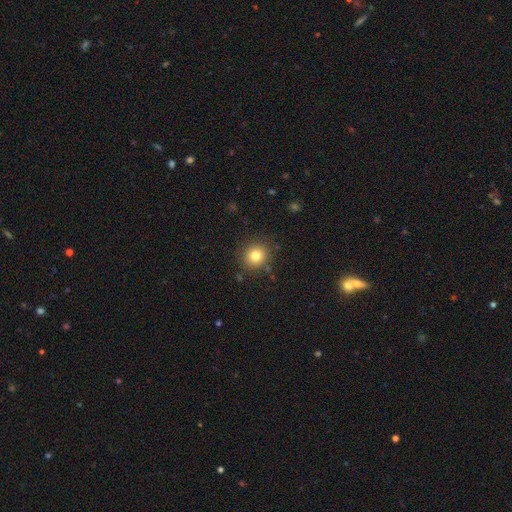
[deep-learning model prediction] Smooth or featured: smooth — 80% (star or artifact — 12%)
How rounded: round — 87% (in between — 12%)
Merging: none — 87% (minor disturbance — 8%)